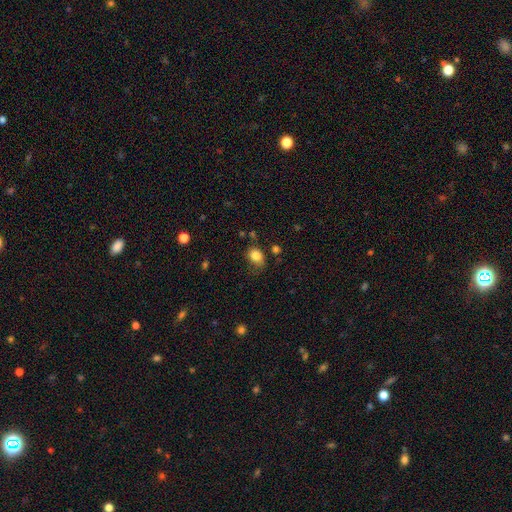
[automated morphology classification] This is clearly a smooth galaxy (83%). How rounded: possibly in between (58%). Merging: possibly none (59%).